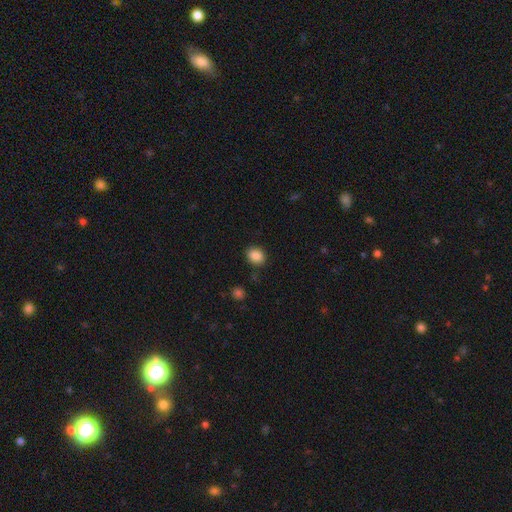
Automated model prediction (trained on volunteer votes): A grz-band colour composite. It shows a smooth galaxy with no disk features (87%) that is round (50%). Merging: none (86%).